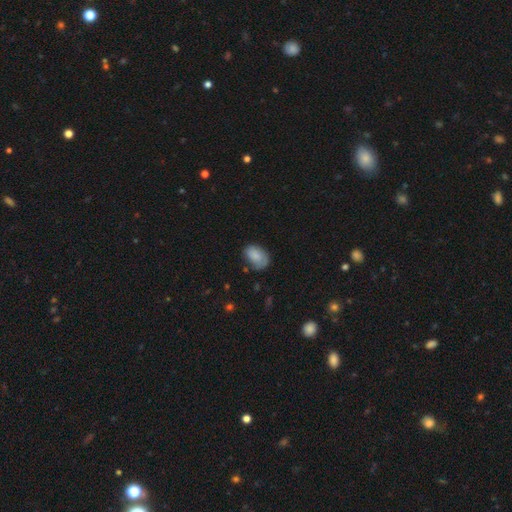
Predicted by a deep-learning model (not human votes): Smooth or featured: smooth — 81% (featured or disk — 11%)
How rounded: in between — 88% (round — 11%)
Merging: none — 63% (minor disturbance — 28%)